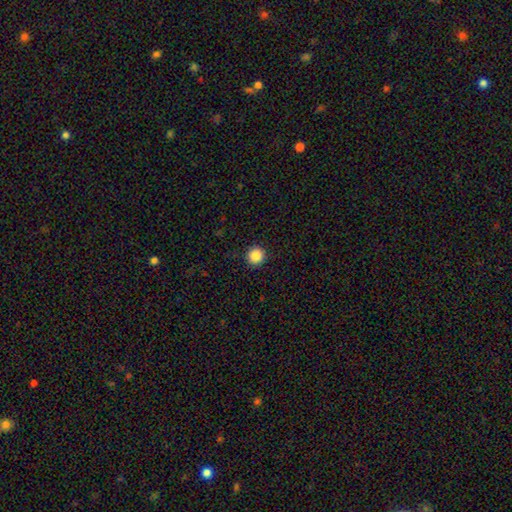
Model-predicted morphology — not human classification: Smooth or featured?
  - smooth: 87% *
  - star or artifact: 10%
  - featured or disk: 3%
How rounded?
  - round: 95% *
  - in between: 4%
  - cigar-shaped: 1%
Merging?
  - none: 92% *
  - minor disturbance: 5%
  - major disturbance: 2%
  - merger: 1%